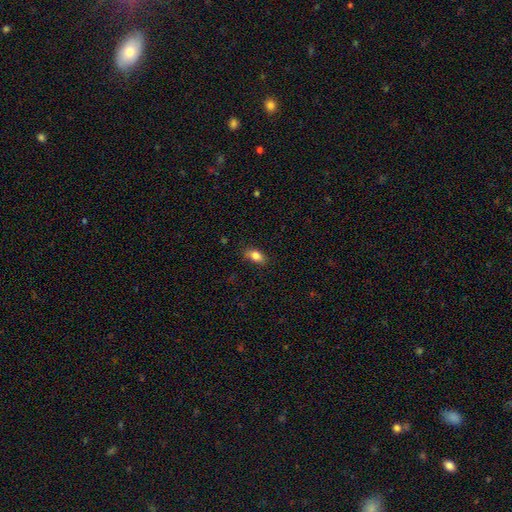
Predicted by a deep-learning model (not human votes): Smooth or featured?
  - smooth: 82% *
  - featured or disk: 10%
  - star or artifact: 8%
How rounded?
  - in between: 86% *
  - round: 7%
  - cigar-shaped: 7%
Merging?
  - none: 84% *
  - minor disturbance: 13%
  - major disturbance: 3%
  - merger: 1%